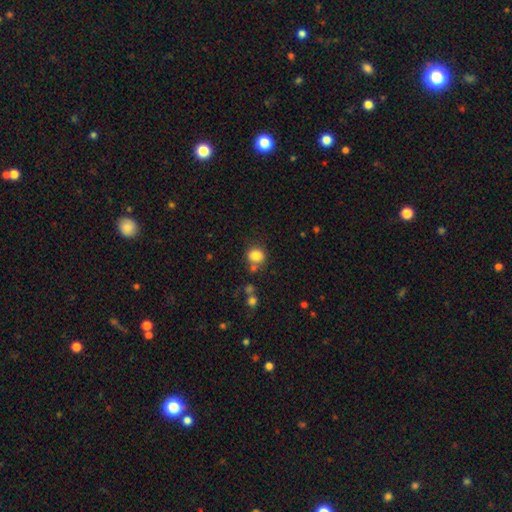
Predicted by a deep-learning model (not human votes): Smooth or featured? smooth (84%)
How rounded? round (81%)
Merging? none (71%)